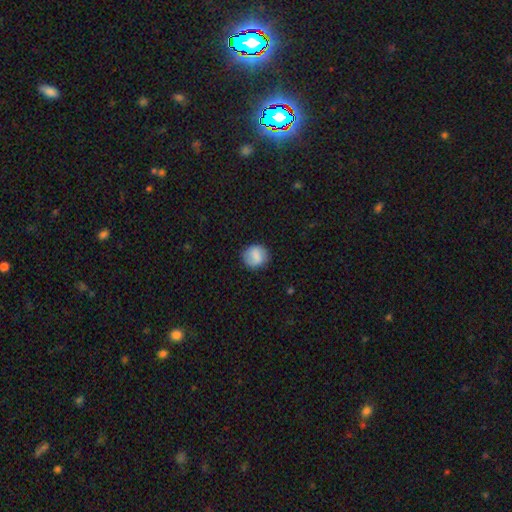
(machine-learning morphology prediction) A smooth galaxy with no disk features (78%) that is round (83%).

Vote fractions:
- Smooth or featured? smooth: 78% / featured or disk: 15% / star or artifact: 7%
- How rounded? round: 83% / in between: 16% / cigar-shaped: 1%
- Merging? none: 84% / minor disturbance: 12% / major disturbance: 4% / merger: 1%